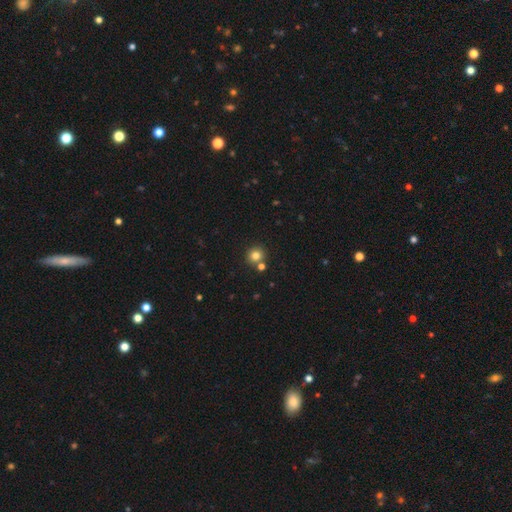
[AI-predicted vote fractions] Smooth or featured? smooth (80%)
How rounded? round (91%)
Merging? none (76%)